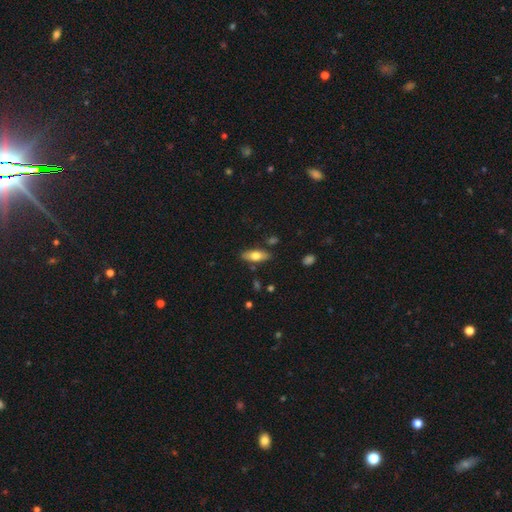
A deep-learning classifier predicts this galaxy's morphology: smooth 67%, featured or disk 27%, star or artifact 6%. Down the decision tree: how rounded — in between (74%); merging — none (82%).